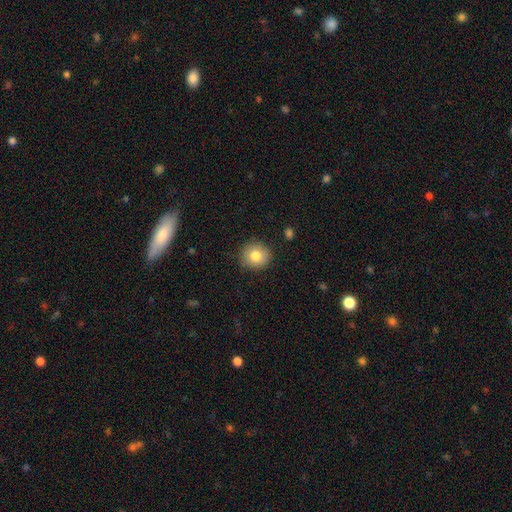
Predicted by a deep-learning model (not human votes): smooth_or_featured: smooth (p=0.80) [alt: featured or disk p=0.11]
how_rounded: round (p=0.88) [alt: in between p=0.11]
merging: none (p=0.86) [alt: minor disturbance p=0.10]